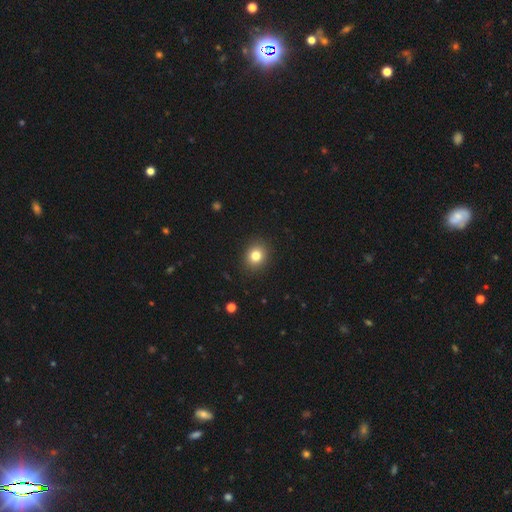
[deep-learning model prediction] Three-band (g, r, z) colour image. It shows a smooth galaxy with no disk features (81%) that is round (69%). Merging: none (90%).